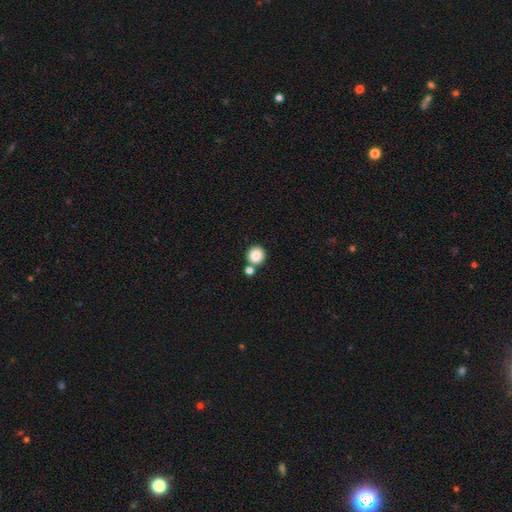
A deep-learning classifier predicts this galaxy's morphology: smooth_or_featured: smooth (p=0.85) [alt: star or artifact p=0.10]
how_rounded: round (p=0.93) [alt: in between p=0.06]
merging: none (p=0.74) [alt: merger p=0.17]